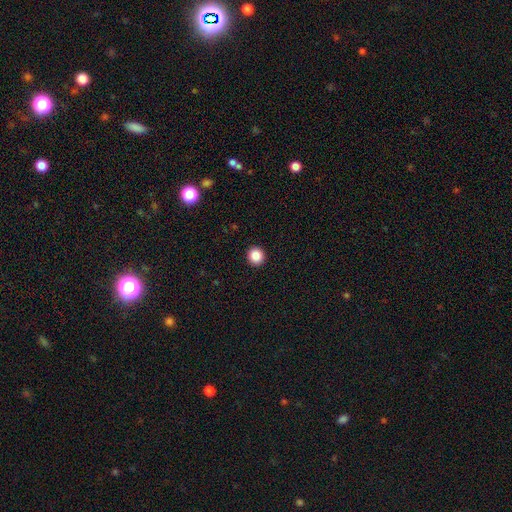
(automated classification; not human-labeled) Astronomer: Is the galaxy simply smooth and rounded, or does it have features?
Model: smooth — 87%.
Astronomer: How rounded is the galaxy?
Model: round — 93%.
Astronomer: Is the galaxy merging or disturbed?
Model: none — 94%.